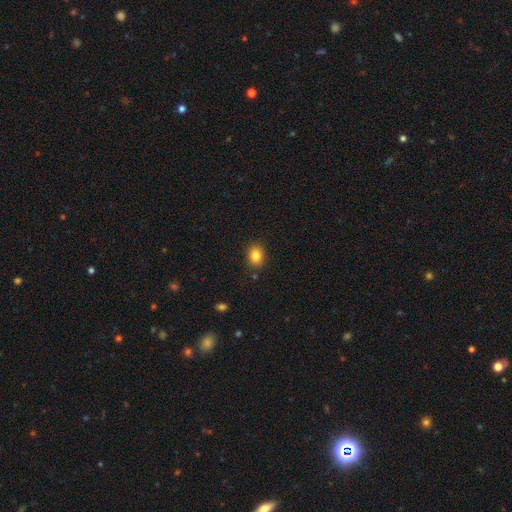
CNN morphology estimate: Smooth or featured?
  - smooth: 84% *
  - star or artifact: 10%
  - featured or disk: 6%
How rounded?
  - in between: 57% *
  - round: 42%
  - cigar-shaped: 1%
Merging?
  - none: 87% *
  - minor disturbance: 9%
  - major disturbance: 2%
  - merger: 2%